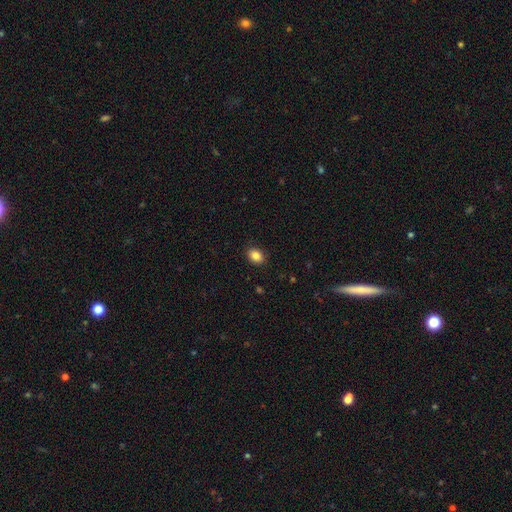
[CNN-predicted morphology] A smooth galaxy with no disk features (86%) that is in between round and cigar-shaped (73%).

Vote fractions:
- Smooth or featured? smooth: 86% / star or artifact: 9% / featured or disk: 5%
- How rounded? in between: 73% / round: 26% / cigar-shaped: 1%
- Merging? none: 89% / minor disturbance: 8% / major disturbance: 2% / merger: 1%